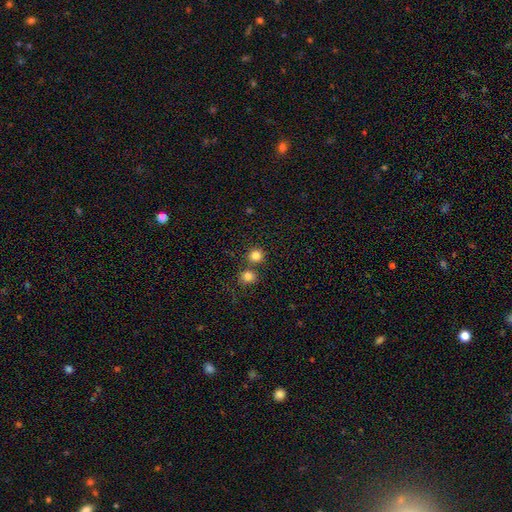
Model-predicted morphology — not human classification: smooth_or_featured: smooth (p=0.82) [alt: star or artifact p=0.13]
how_rounded: round (p=0.90) [alt: in between p=0.09]
merging: none (p=0.69) [alt: merger p=0.22]